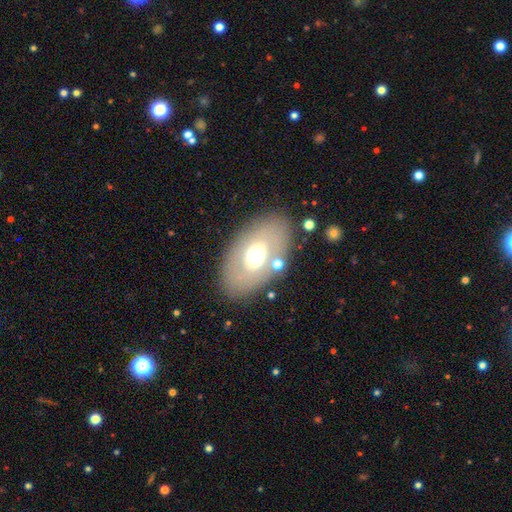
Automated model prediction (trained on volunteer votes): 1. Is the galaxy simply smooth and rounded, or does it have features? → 54% smooth, 37% featured or disk, 10% star or artifact.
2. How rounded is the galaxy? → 86% in between, 12% round, 1% cigar-shaped.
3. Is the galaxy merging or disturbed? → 79% none, 11% minor disturbance, 6% major disturbance, 4% merger.